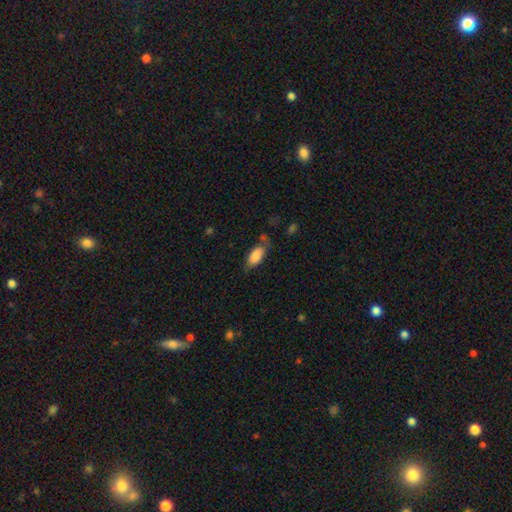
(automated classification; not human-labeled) Smooth or featured?
  - smooth: 85% *
  - featured or disk: 8%
  - star or artifact: 7%
How rounded?
  - in between: 91% *
  - cigar-shaped: 7%
  - round: 2%
Merging?
  - none: 60% *
  - minor disturbance: 24%
  - major disturbance: 8%
  - merger: 7%